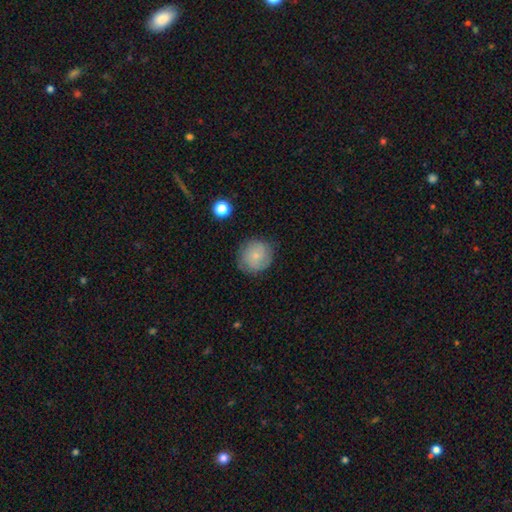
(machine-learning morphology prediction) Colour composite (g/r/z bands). It shows a smooth galaxy with no disk features (65%) that is round (89%). Merging: none (78%).